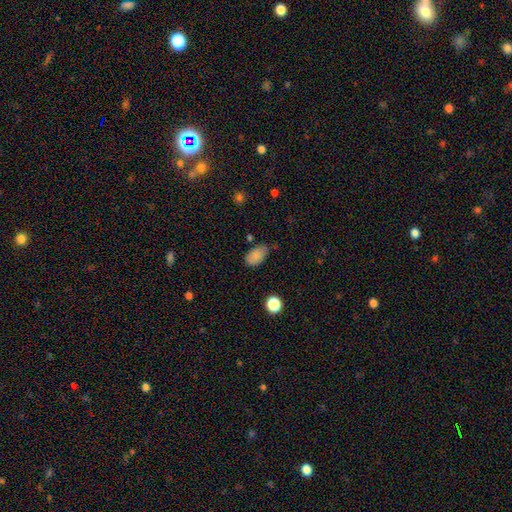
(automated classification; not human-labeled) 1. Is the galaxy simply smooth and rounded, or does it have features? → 83% smooth, 9% star or artifact, 8% featured or disk.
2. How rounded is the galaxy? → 92% in between, 7% round, 1% cigar-shaped.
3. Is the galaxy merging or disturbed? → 62% none, 28% minor disturbance, 5% major disturbance, 4% merger.